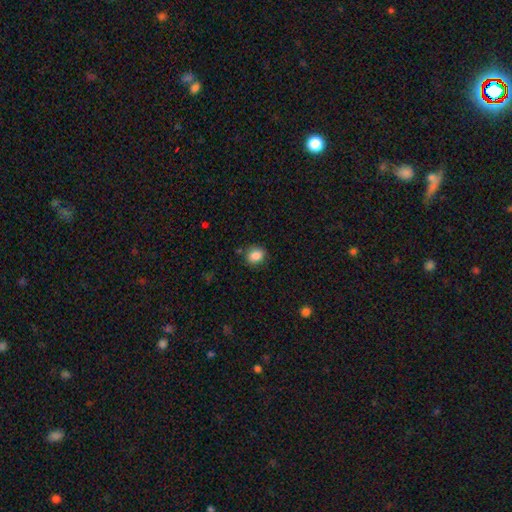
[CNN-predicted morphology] This is clearly a smooth galaxy (86%). How rounded: likely round (64%). Merging: clearly none (82%).